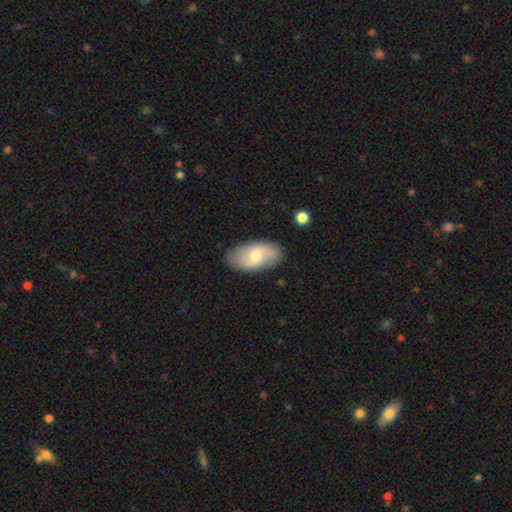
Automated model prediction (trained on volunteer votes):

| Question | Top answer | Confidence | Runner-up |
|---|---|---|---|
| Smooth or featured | smooth | 54% | featured or disk (40%) |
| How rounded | in between | 94% | round (3%) |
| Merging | none | 82% | minor disturbance (13%) |